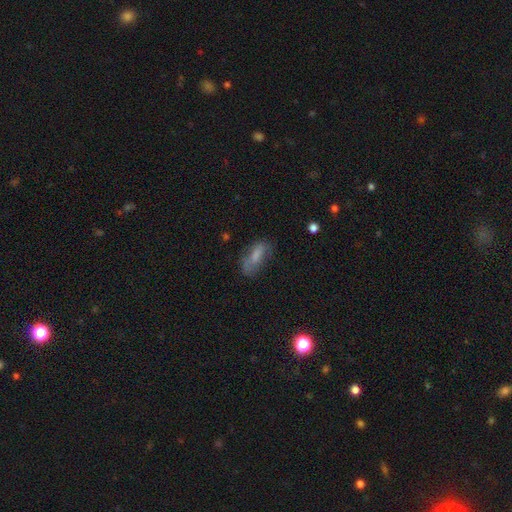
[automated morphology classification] smooth_or_featured: smooth (p=0.64) [alt: featured or disk p=0.26]
how_rounded: in between (p=0.74) [alt: cigar-shaped p=0.22]
merging: none (p=0.58) [alt: minor disturbance p=0.26]